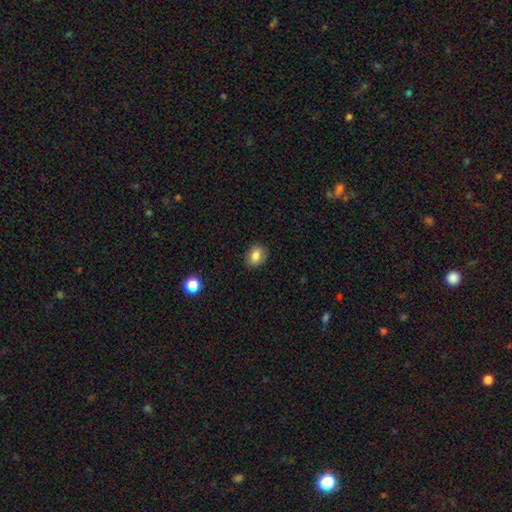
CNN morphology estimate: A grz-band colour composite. It shows a smooth galaxy with no disk features (82%) that is in between round and cigar-shaped (55%). Merging: none (87%).